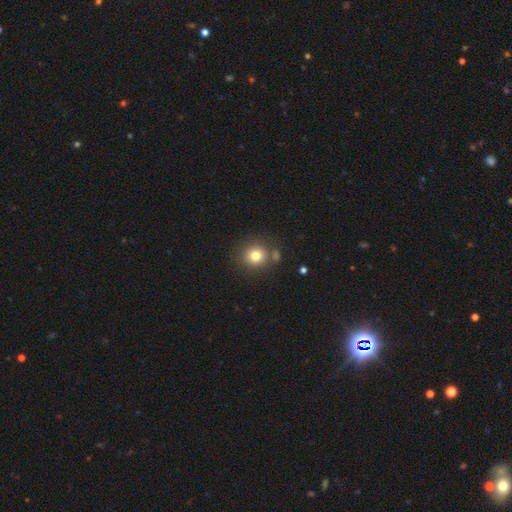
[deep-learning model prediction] A smooth galaxy with no disk features (78%) that is round (89%). Merging: none (75%).